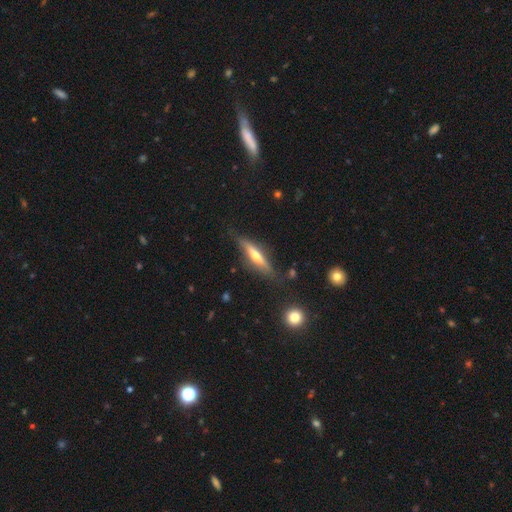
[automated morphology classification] This is likely a featured or disk galaxy (63%). It is clearly viewed edge-on (93%). Edge-on bulge: clearly rounded (85%). Merging: likely none (78%).